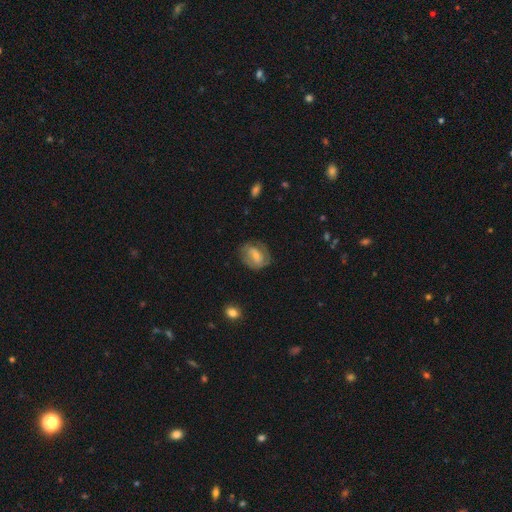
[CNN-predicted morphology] Smooth or featured: featured or disk — 60% (smooth — 33%)
Edge-on disk: no — 96% (yes — 4%)
Bar: weak — 45% (no — 31%)
Spiral arms: yes — 79% (no — 21%)
Bulge size: small — 53% (moderate — 38%)
Merging: none — 65% (minor disturbance — 22%)